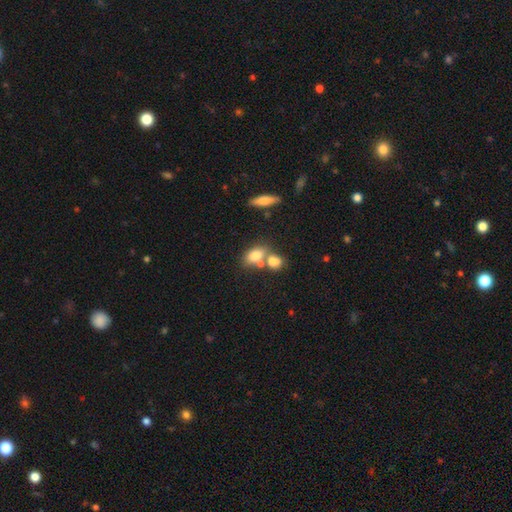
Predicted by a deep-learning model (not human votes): Q: Smooth or featured?
A: smooth (76%); runner-up: featured or disk (14%)
Q: How rounded?
A: in between (79%); runner-up: round (18%)
Q: Merging?
A: merger (44%); runner-up: none (40%)